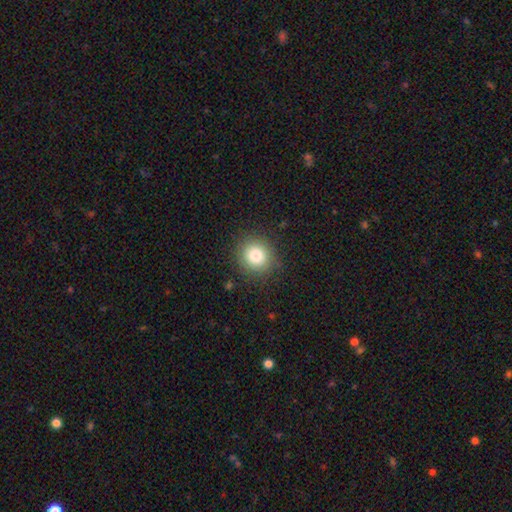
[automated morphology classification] Q: Smooth or featured?
A: smooth (82%); runner-up: star or artifact (11%)
Q: How rounded?
A: round (89%); runner-up: in between (10%)
Q: Merging?
A: none (87%); runner-up: minor disturbance (8%)